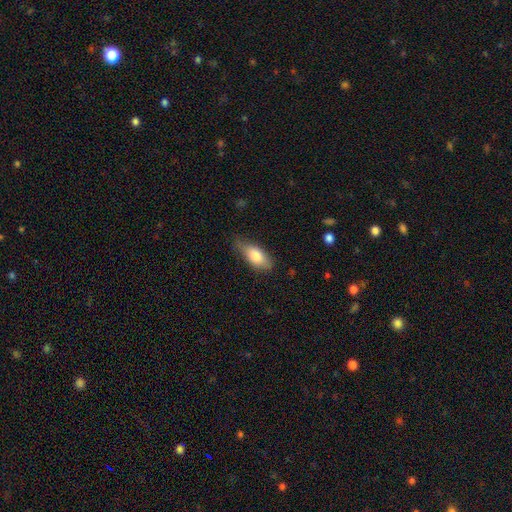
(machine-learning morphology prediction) smooth_or_featured: smooth (p=0.80) [alt: featured or disk p=0.14]
how_rounded: in between (p=0.86) [alt: cigar-shaped p=0.11]
merging: none (p=0.60) [alt: minor disturbance p=0.32]